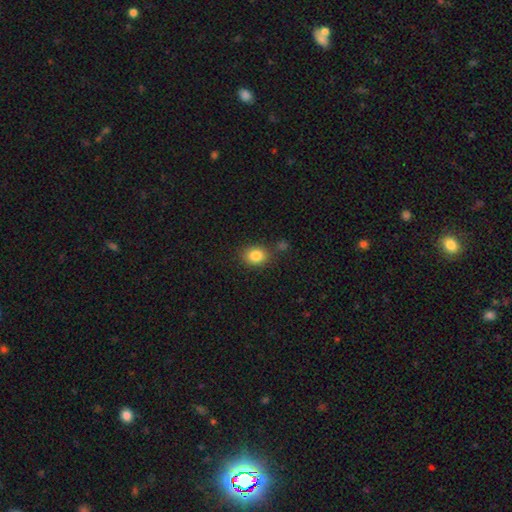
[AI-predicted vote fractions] This appears to be a smooth galaxy with no disk features (85%) that is round (51%). Merging: none (76%).